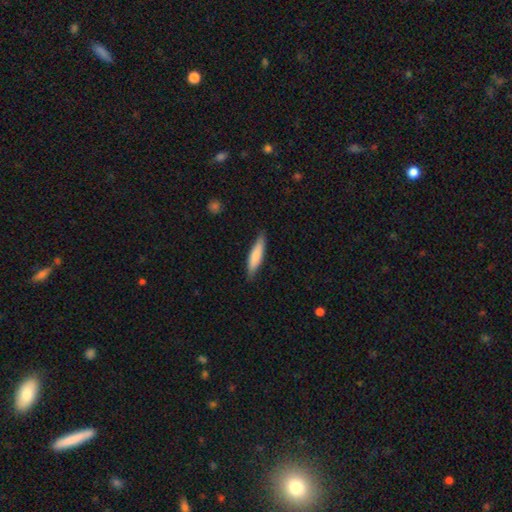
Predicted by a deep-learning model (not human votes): A smooth galaxy with no disk features (74%) that is cigar-shaped (80%). Merging: none (85%).